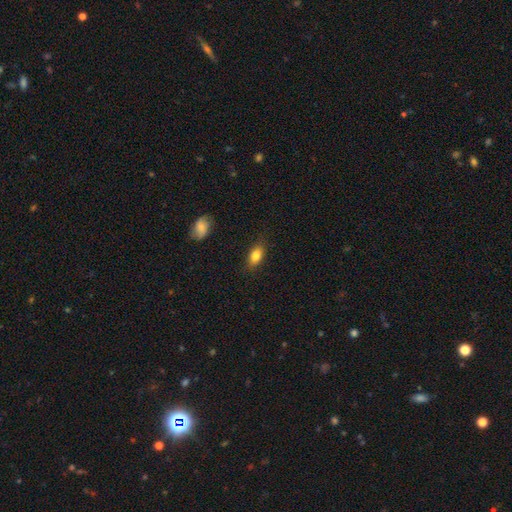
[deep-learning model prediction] Smooth or featured: smooth — 83% (featured or disk — 9%)
How rounded: in between — 85% (round — 9%)
Merging: none — 83% (minor disturbance — 13%)